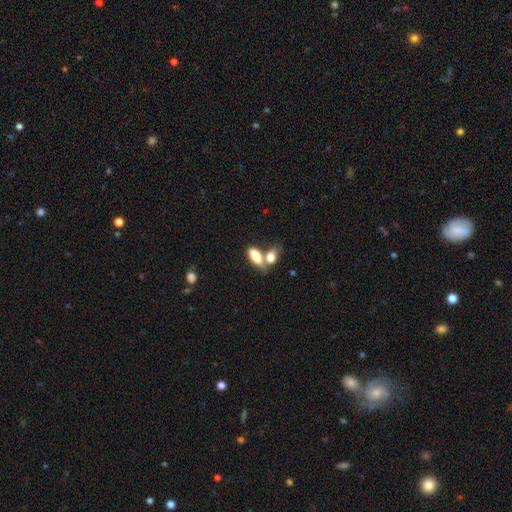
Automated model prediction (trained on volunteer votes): Smooth or featured?
  - smooth: 79% *
  - featured or disk: 13%
  - star or artifact: 7%
How rounded?
  - in between: 82% *
  - cigar-shaped: 13%
  - round: 6%
Merging?
  - merger: 50% *
  - none: 34%
  - minor disturbance: 10%
  - major disturbance: 6%